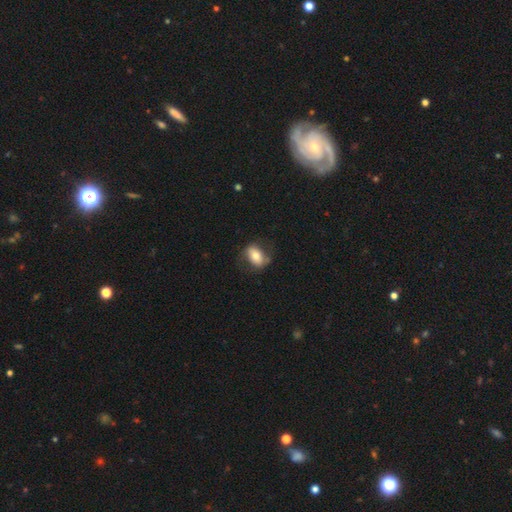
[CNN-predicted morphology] A smooth galaxy with no disk features (65%) that is in between round and cigar-shaped (84%).

Vote fractions:
- Smooth or featured? smooth: 65% / featured or disk: 28% / star or artifact: 7%
- How rounded? in between: 84% / round: 12% / cigar-shaped: 4%
- Merging? none: 66% / minor disturbance: 21% / major disturbance: 11% / merger: 2%